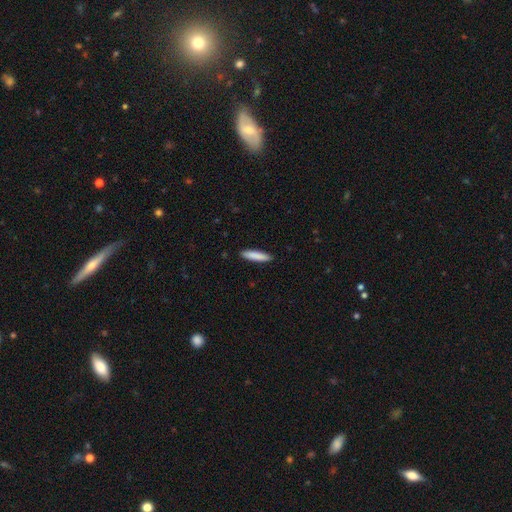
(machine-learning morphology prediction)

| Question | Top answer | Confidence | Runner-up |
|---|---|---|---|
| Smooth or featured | smooth | 86% | featured or disk (9%) |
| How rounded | cigar-shaped | 85% | in between (14%) |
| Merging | none | 91% | minor disturbance (7%) |